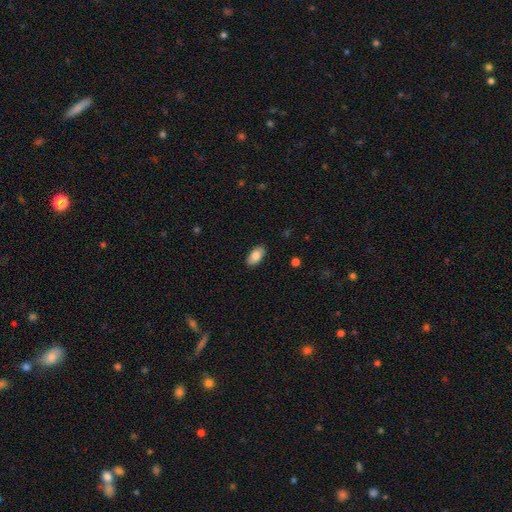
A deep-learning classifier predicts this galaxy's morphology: Smooth or featured: smooth — 83% (featured or disk — 10%)
How rounded: in between — 94% (round — 3%)
Merging: none — 88% (minor disturbance — 9%)